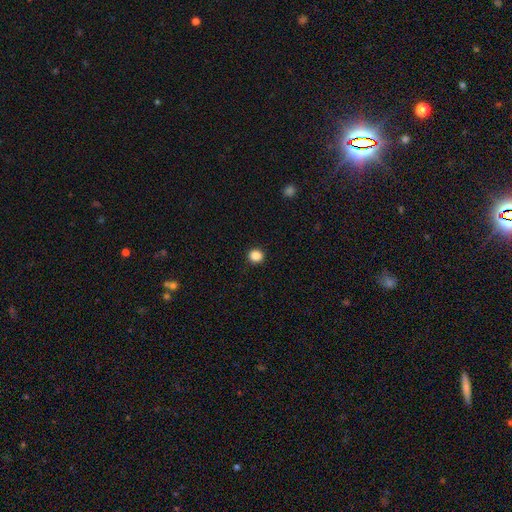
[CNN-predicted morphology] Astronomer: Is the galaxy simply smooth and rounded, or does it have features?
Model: smooth — 87%.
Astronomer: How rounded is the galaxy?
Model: round — 90%.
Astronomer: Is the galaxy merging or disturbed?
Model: none — 92%.